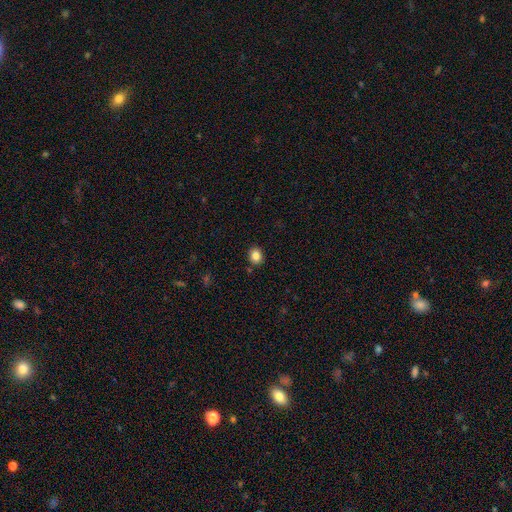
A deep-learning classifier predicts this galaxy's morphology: This is clearly a smooth galaxy (85%). How rounded: possibly round (60%). Merging: clearly none (87%).